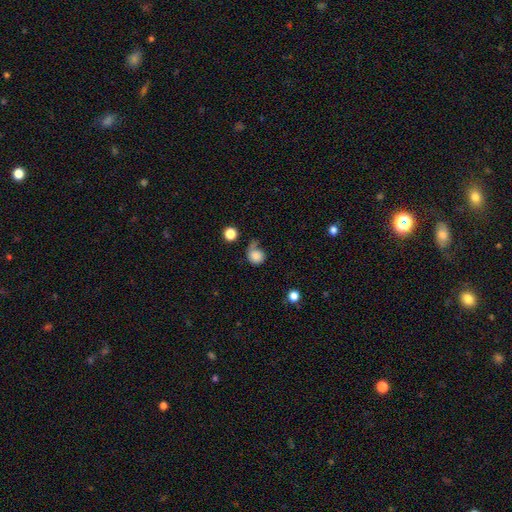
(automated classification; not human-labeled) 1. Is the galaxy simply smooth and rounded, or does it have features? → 79% smooth, 12% featured or disk, 9% star or artifact.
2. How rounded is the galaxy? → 83% round, 16% in between, 1% cigar-shaped.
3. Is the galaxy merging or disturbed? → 37% none, 28% minor disturbance, 26% major disturbance, 9% merger.